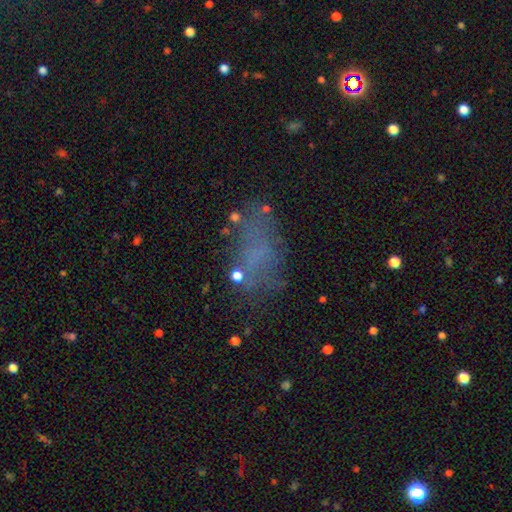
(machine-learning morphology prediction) Smooth or featured? smooth (48%)
Merging? none (55%)